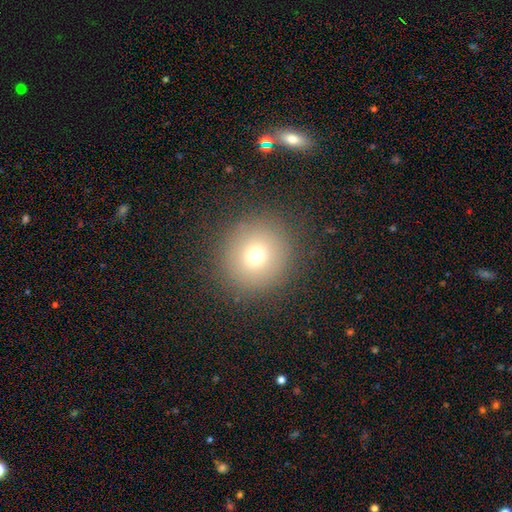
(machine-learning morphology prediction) A smooth galaxy with no disk features (72%) that is round (94%). Merging: none (89%).